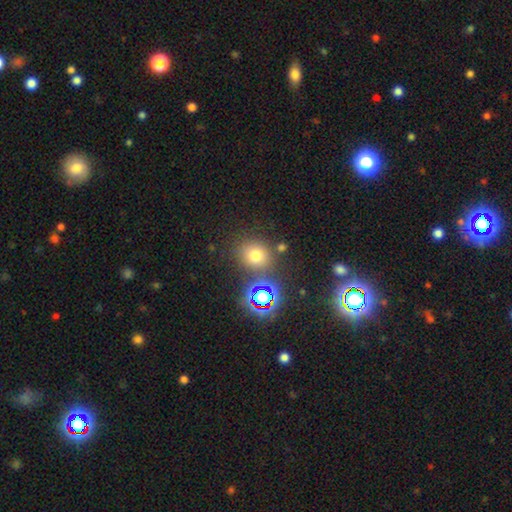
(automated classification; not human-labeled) smooth_or_featured: smooth (p=0.67) [alt: star or artifact p=0.24]
how_rounded: round (p=0.82) [alt: in between p=0.17]
merging: none (p=0.77) [alt: minor disturbance p=0.10]